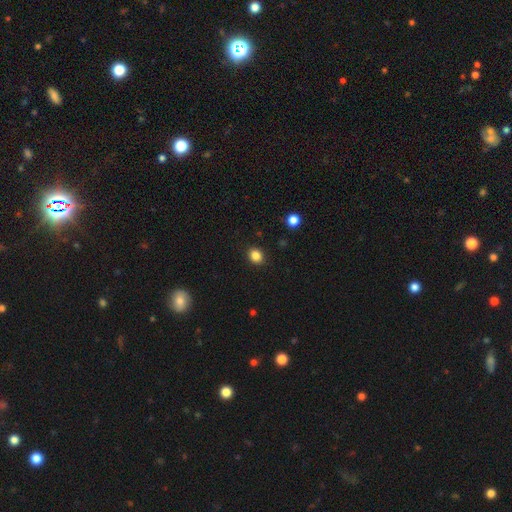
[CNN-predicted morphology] The model was most divided on "how rounded": round: 65%, in between: 34%, cigar-shaped: 1%. More confident: merging — none (90%); smooth or featured — smooth (85%).